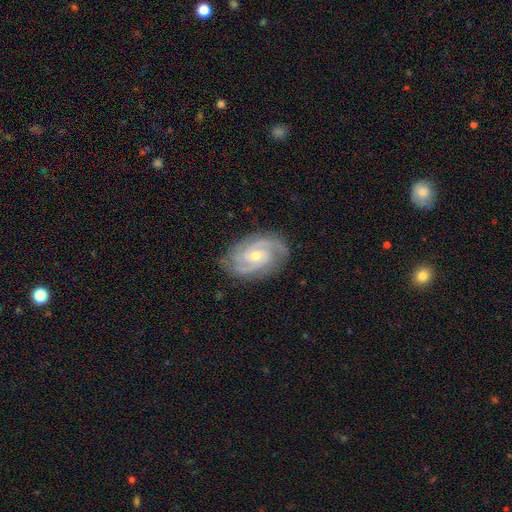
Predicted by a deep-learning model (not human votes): featured or disk 90%, smooth 5%, star or artifact 5%. Down the decision tree: edge-on disk — no (97%); bar — no (56%); spiral arms — yes (98%); spiral arm count — 2 (51%); spiral winding — tight (53%); bulge size — small (56%); merging — none (82%).